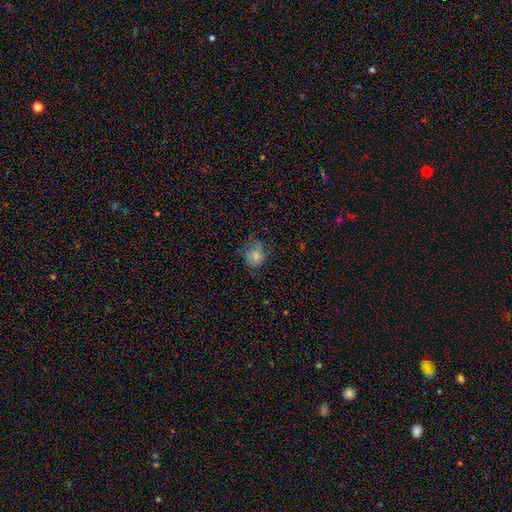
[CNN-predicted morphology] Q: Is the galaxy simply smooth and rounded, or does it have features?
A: smooth — 61%.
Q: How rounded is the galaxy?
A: round — 62%.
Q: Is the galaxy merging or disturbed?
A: none — 63%.